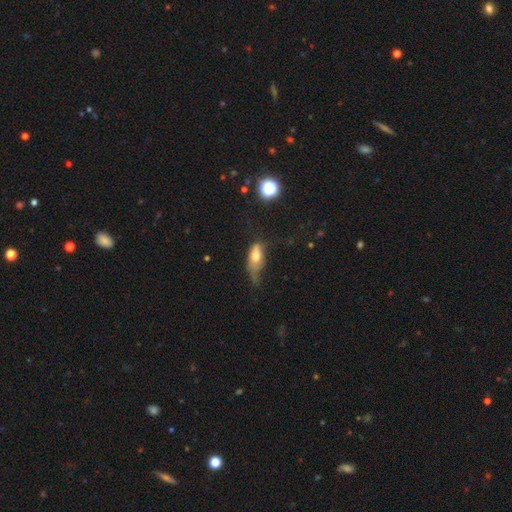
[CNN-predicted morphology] Smooth or featured: smooth — 66% (featured or disk — 22%)
How rounded: in between — 77% (cigar-shaped — 17%)
Merging: major disturbance — 39% (minor disturbance — 34%)